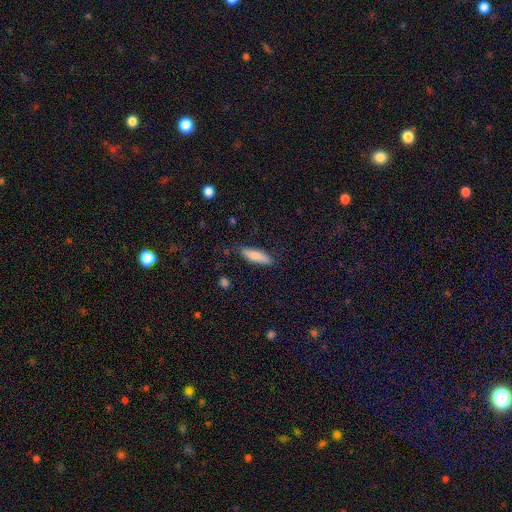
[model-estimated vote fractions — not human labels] Q: Smooth or featured?
A: smooth (83%); runner-up: featured or disk (11%)
Q: How rounded?
A: cigar-shaped (60%); runner-up: in between (38%)
Q: Merging?
A: none (82%); runner-up: minor disturbance (13%)